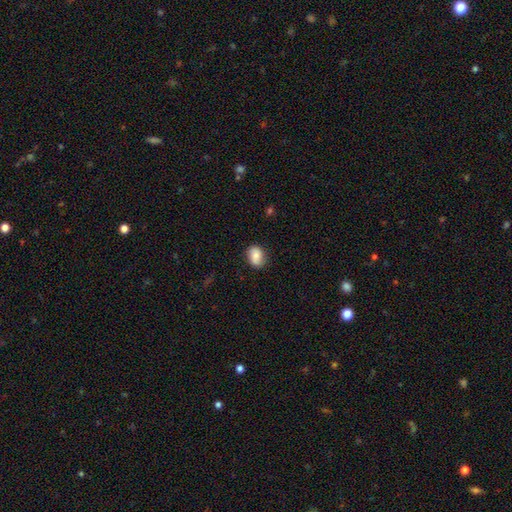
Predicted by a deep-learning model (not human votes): Q: Smooth or featured?
A: smooth (78%); runner-up: featured or disk (14%)
Q: How rounded?
A: in between (68%); runner-up: round (31%)
Q: Merging?
A: none (80%); runner-up: minor disturbance (16%)